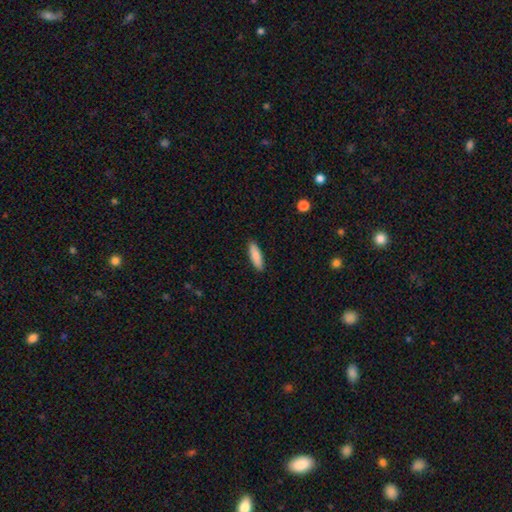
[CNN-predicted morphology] This is clearly a smooth galaxy (86%). How rounded: possibly cigar-shaped (58%). Merging: clearly none (90%).